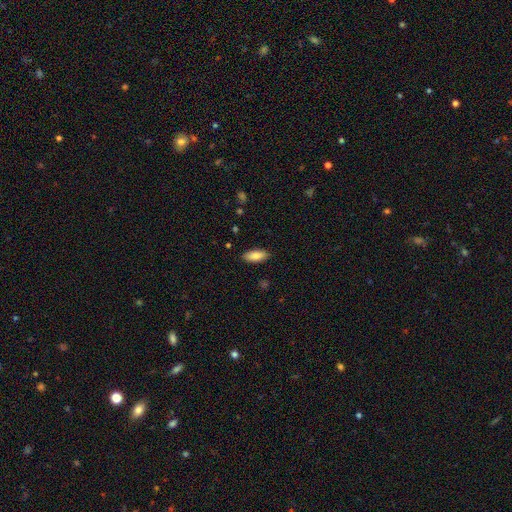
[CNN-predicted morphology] The model was most divided on "how rounded": in between: 82%, cigar-shaped: 16%, round: 2%. More confident: merging — none (88%); smooth or featured — smooth (82%).